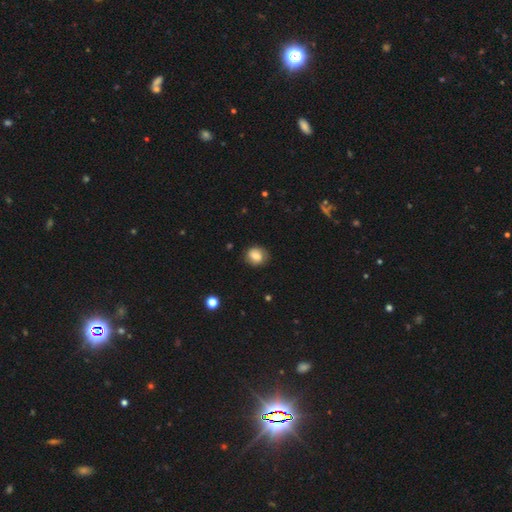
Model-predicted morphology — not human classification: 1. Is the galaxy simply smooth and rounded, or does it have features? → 71% smooth, 19% featured or disk, 9% star or artifact.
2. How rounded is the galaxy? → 71% round, 28% in between, 1% cigar-shaped.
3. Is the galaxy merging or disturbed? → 78% none, 16% minor disturbance, 4% major disturbance, 1% merger.